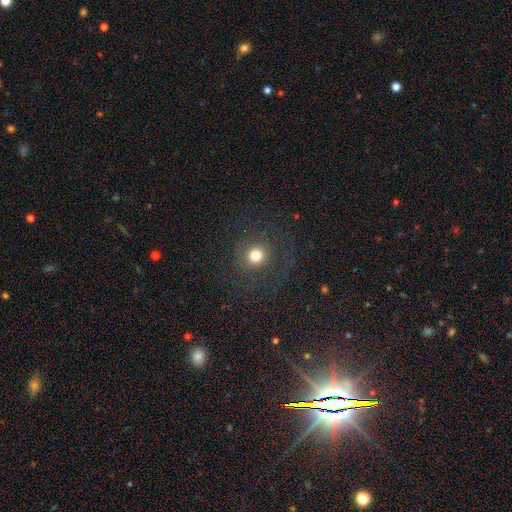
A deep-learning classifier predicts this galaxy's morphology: A smooth galaxy with no disk features (74%) that is round (92%).

Vote fractions:
- Smooth or featured? smooth: 74% / star or artifact: 17% / featured or disk: 10%
- How rounded? round: 92% / in between: 7% / cigar-shaped: 1%
- Merging? none: 83% / minor disturbance: 9% / major disturbance: 7% / merger: 1%